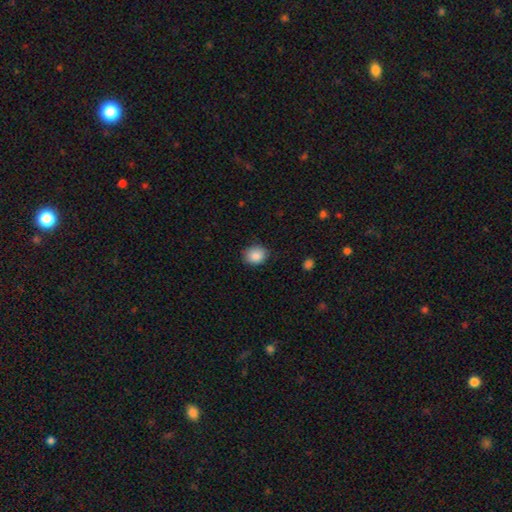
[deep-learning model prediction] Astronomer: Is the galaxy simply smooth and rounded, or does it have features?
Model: smooth — 88%.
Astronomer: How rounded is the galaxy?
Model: round — 64%.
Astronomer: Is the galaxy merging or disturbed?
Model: none — 82%.